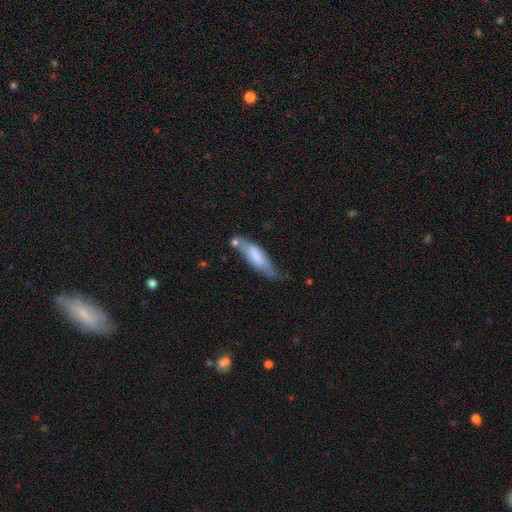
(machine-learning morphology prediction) Smooth or featured? smooth (63%)
How rounded? cigar-shaped (56%)
Merging? none (40%)